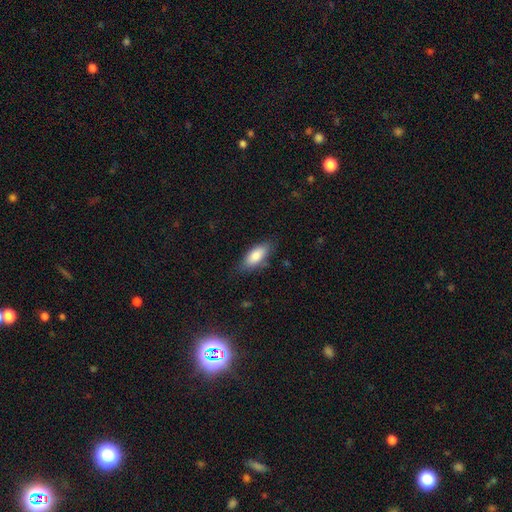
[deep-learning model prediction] The model was most divided on "merging": none: 77%, minor disturbance: 18%, major disturbance: 4%, merger: 2%. More confident: how rounded — in between (83%); smooth or featured — smooth (83%).